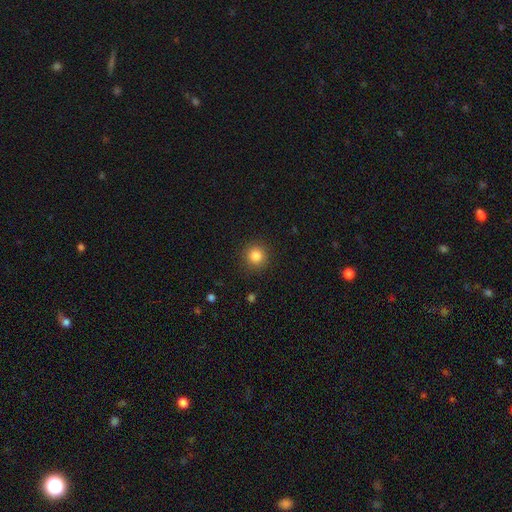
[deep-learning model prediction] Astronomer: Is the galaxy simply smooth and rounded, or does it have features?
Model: smooth — 84%.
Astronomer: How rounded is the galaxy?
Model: round — 94%.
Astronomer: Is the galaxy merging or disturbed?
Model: none — 90%.